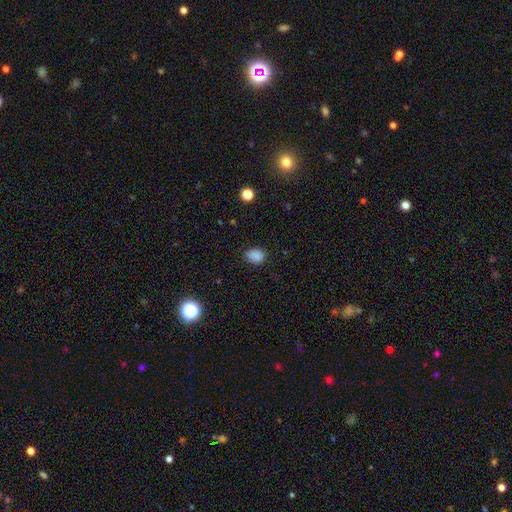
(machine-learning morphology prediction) This appears to be a smooth galaxy with no disk features (85%) that is in between round and cigar-shaped (63%). Merging: none (75%).